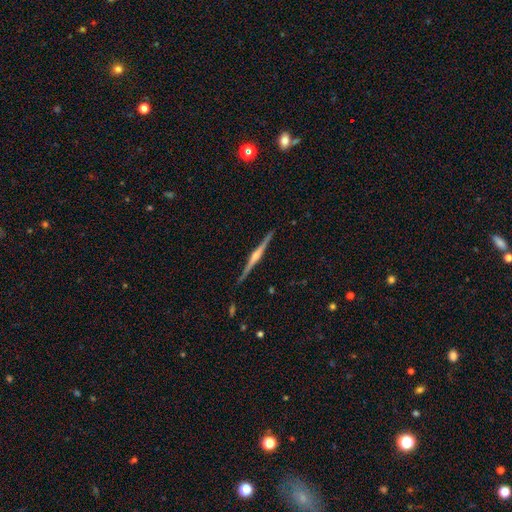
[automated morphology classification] This is clearly a featured or disk galaxy (86%). It is clearly viewed edge-on (99%). Edge-on bulge: clearly rounded (86%). Merging: clearly none (92%).